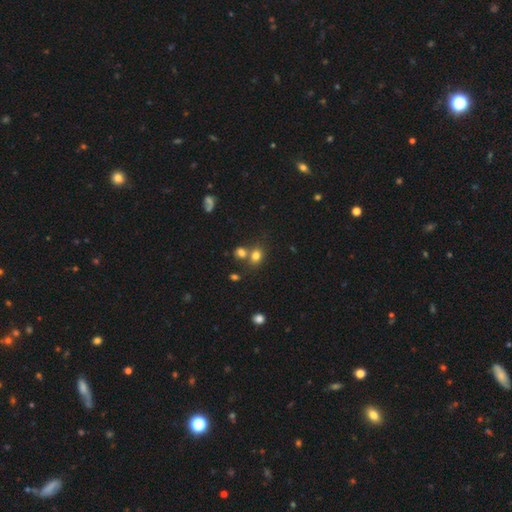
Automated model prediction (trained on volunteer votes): smooth 77%, star or artifact 14%, featured or disk 9%. Down the decision tree: how rounded — in between (54%); merging — none (53%).